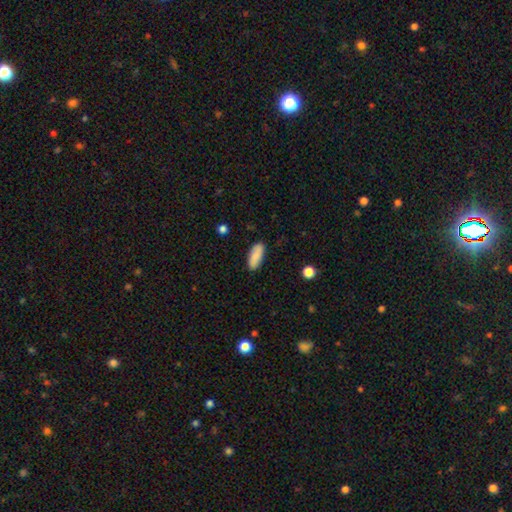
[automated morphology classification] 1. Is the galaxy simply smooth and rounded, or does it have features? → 86% smooth, 8% featured or disk, 6% star or artifact.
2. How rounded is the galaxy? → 79% in between, 19% cigar-shaped, 2% round.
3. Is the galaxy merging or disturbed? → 87% none, 10% minor disturbance, 2% major disturbance, 1% merger.